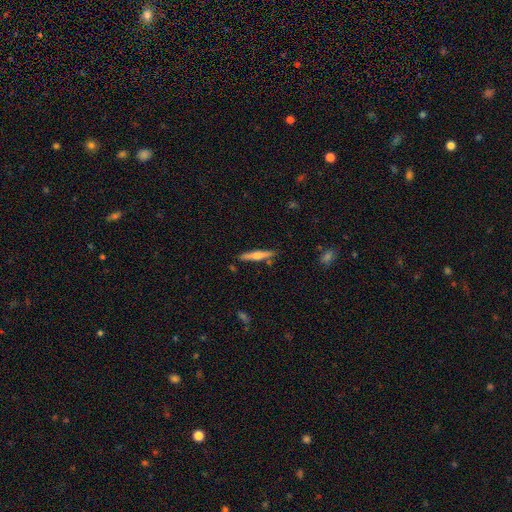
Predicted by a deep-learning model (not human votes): A featured or disk galaxy (48%).

Vote fractions:
- Smooth or featured? featured or disk: 48% / smooth: 46% / star or artifact: 6%
- Merging? none: 86% / minor disturbance: 10% / merger: 3% / major disturbance: 2%